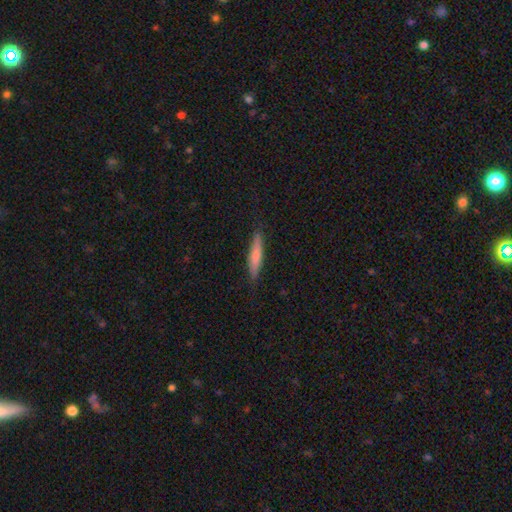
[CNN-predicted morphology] The model was most divided on "smooth or featured": smooth: 70%, featured or disk: 25%, star or artifact: 6%. More confident: how rounded — cigar-shaped (90%); merging — none (87%).